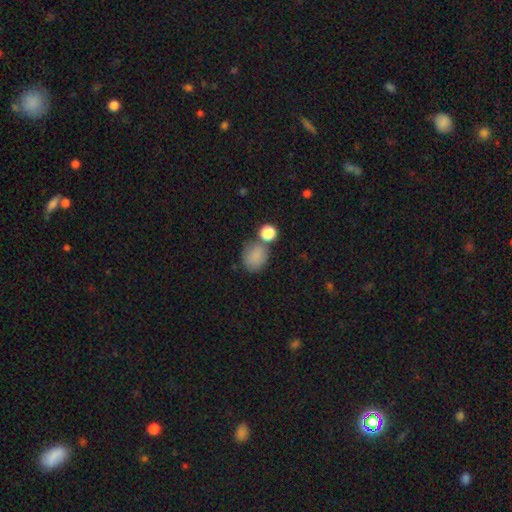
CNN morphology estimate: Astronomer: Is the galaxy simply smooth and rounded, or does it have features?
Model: smooth — 83%.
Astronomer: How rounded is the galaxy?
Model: round — 67%.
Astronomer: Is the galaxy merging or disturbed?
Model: none — 57%.